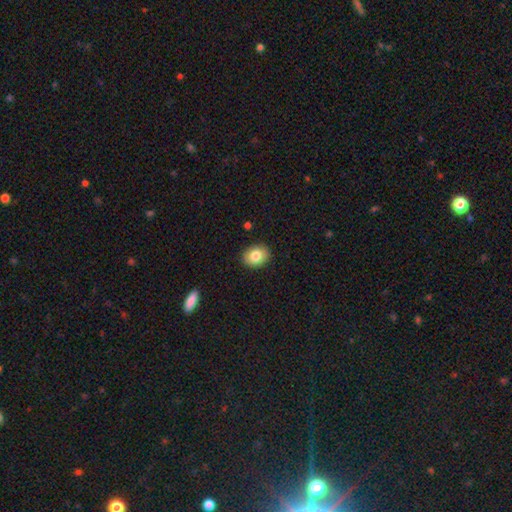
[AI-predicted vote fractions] The model was most divided on "how rounded": in between: 56%, round: 43%, cigar-shaped: 1%. More confident: merging — none (89%); smooth or featured — smooth (83%).